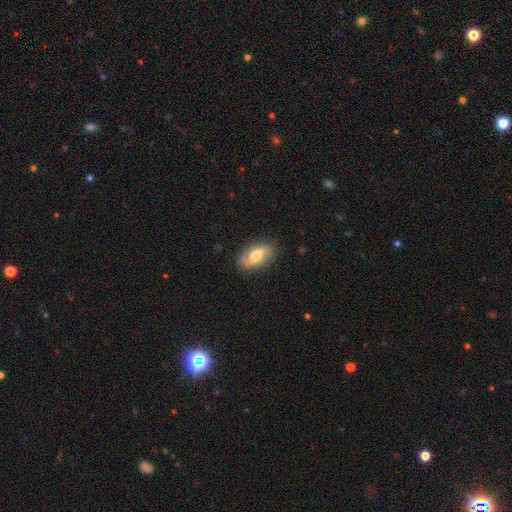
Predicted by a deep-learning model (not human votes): featured or disk 48%, smooth 45%, star or artifact 7%. Down the decision tree: merging — none (79%).